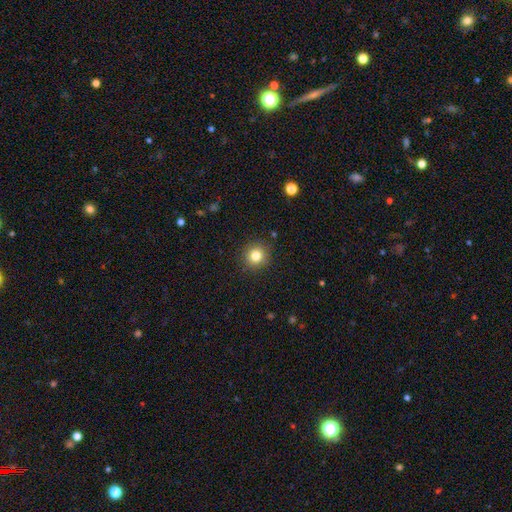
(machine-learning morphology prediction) type=smooth (81%); roundness=round (92%); merging=none (90%).